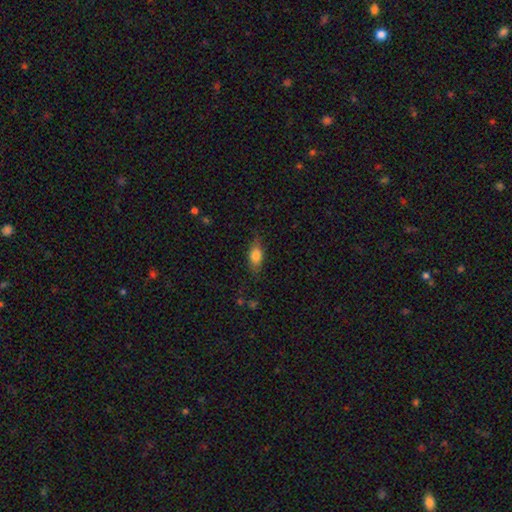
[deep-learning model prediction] This is likely a smooth galaxy (76%). How rounded: clearly in between (80%). Merging: likely none (74%).